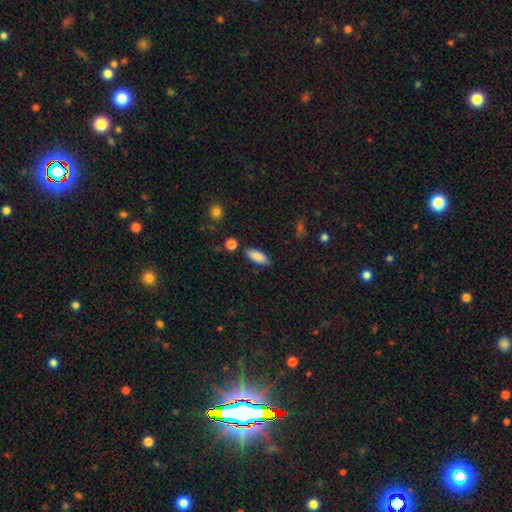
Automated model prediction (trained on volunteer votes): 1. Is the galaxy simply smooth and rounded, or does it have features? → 86% smooth, 7% featured or disk, 7% star or artifact.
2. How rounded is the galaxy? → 74% in between, 23% cigar-shaped, 2% round.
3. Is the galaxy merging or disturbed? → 81% none, 13% minor disturbance, 4% merger, 3% major disturbance.